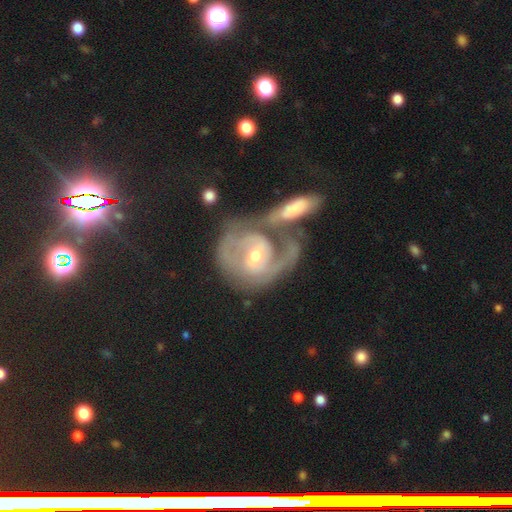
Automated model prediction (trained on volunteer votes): Smooth or featured: featured or disk — 81% (smooth — 13%)
Edge-on disk: no — 96% (yes — 4%)
Bar: no — 41% (tied with weak — 41%)
Spiral arms: yes — 86% (no — 14%)
Spiral winding: tight — 51% (medium — 35%)
Spiral arm count: 2 — 47% (can't tell — 29%)
Bulge size: moderate — 53% (small — 42%)
Merging: merger — 46% (none — 26%)